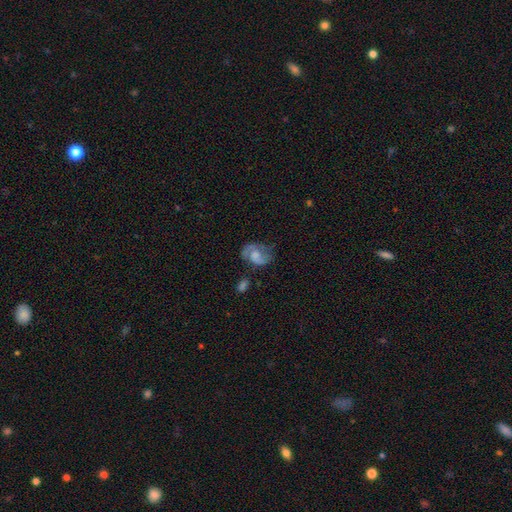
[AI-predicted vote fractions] featured or disk 66%, smooth 26%, star or artifact 8%. Down the decision tree: edge-on disk — no (97%); bar — no (61%); spiral arms — yes (87%); spiral arm count — 2 (80%); spiral winding — medium (48%); bulge size — moderate (33%); merging — none (53%).